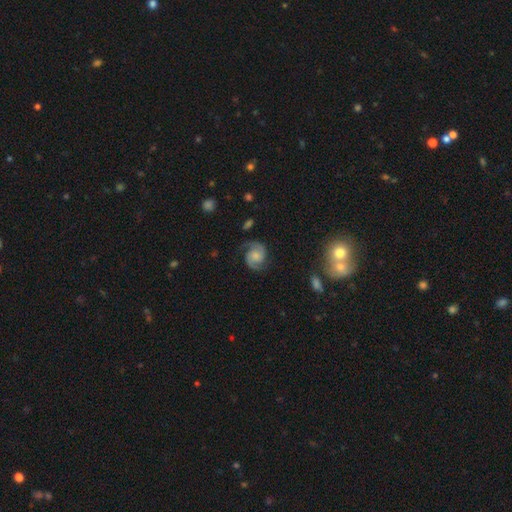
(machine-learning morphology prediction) A featured or disk galaxy (86%) with no bar (67%), 2 (92%) medium (53%) spiral arms (98%) and a small central bulge (36%).

Vote fractions:
- Smooth or featured? featured or disk: 86% / smooth: 8% / star or artifact: 6%
- Edge-on disk? no: 98% / yes: 2%
- Bar? no: 67% / weak: 27% / strong: 5%
- Spiral arms? yes: 98% / no: 2%
- Spiral winding? medium: 53% / tight: 30% / loose: 17%
- Spiral arm count? 2: 92% / can't tell: 2% / 1: 2% / 3: 1% / 4: 1% / more than 4: 1%
- Bulge size? small: 36% / moderate: 33% / none: 21% / large: 8% / dominant: 2%
- Merging? none: 77% / minor disturbance: 15% / major disturbance: 6% / merger: 2%